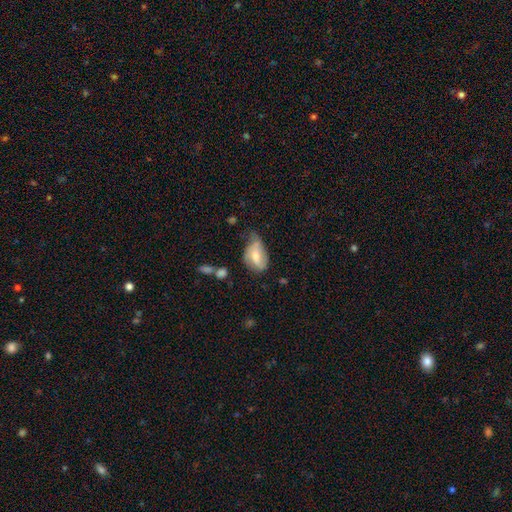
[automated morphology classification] Q: Smooth or featured?
A: smooth (56%); runner-up: featured or disk (36%)
Q: How rounded?
A: in between (86%); runner-up: round (11%)
Q: Merging?
A: minor disturbance (42%); runner-up: none (29%)